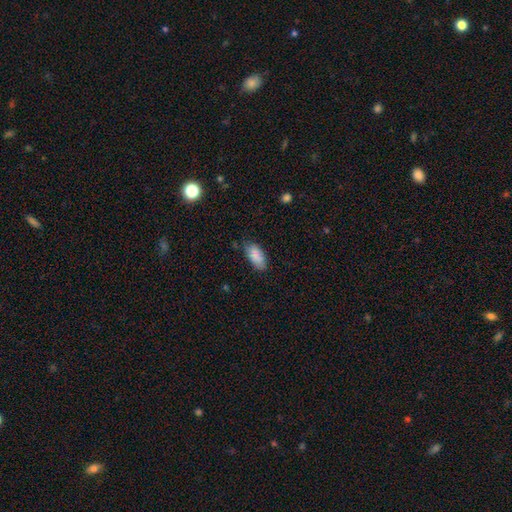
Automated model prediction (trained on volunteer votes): Smooth or featured? Predicted: smooth (p=0.88). How rounded? Predicted: in between (p=0.91). Merging? Predicted: none (p=0.74).